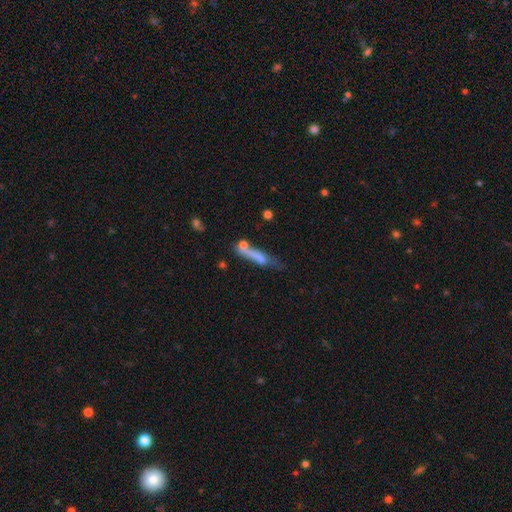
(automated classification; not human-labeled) The model was most divided on "merging": none: 37%, minor disturbance: 23%, major disturbance: 20%, merger: 19%. More confident: how rounded — cigar-shaped (79%); smooth or featured — smooth (58%).